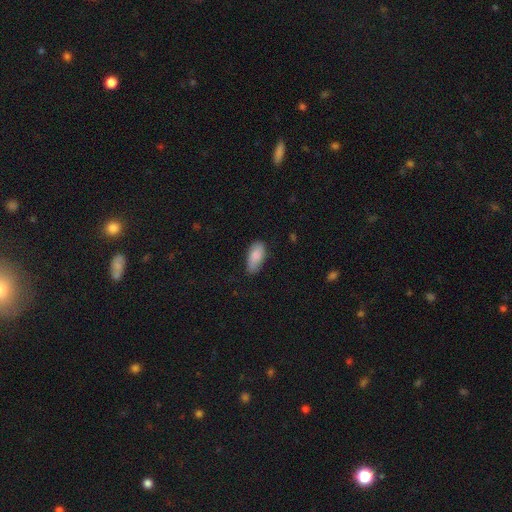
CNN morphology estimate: A smooth galaxy with no disk features (85%) that is in between round and cigar-shaped (91%).

Vote fractions:
- Smooth or featured? smooth: 85% / featured or disk: 9% / star or artifact: 6%
- How rounded? in between: 91% / cigar-shaped: 7% / round: 2%
- Merging? none: 72% / minor disturbance: 23% / major disturbance: 4% / merger: 1%